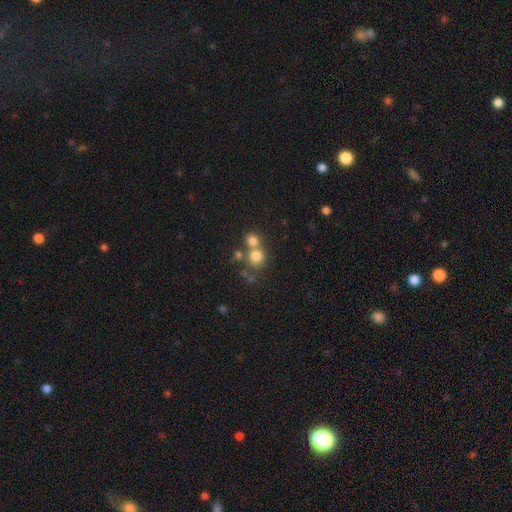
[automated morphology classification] smooth-or-featured: smooth: 75% | star or artifact: 14% | featured or disk: 11%
  how-rounded: round: 87% | in between: 12% | cigar-shaped: 1%
  merging: none: 49% | merger: 41% | minor disturbance: 7% | major disturbance: 4%